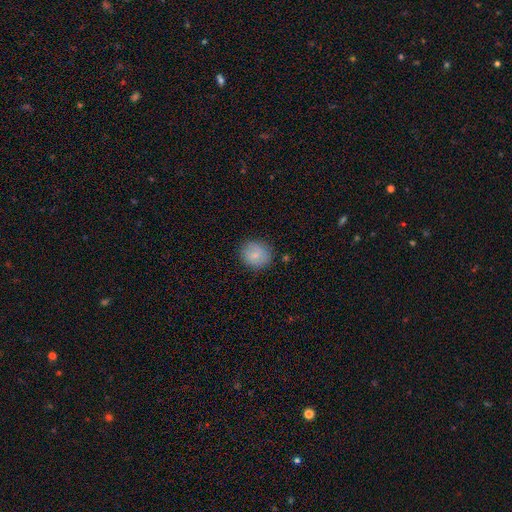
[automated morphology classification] This is clearly a smooth galaxy (80%). How rounded: likely round (79%). Merging: clearly none (82%).